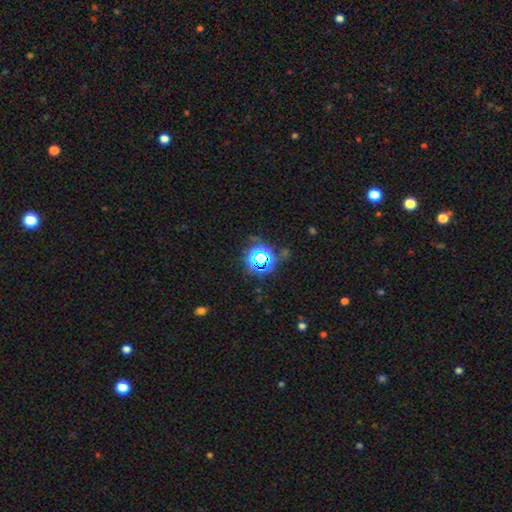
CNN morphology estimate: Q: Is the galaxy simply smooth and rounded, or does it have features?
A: star or artifact — 66%.